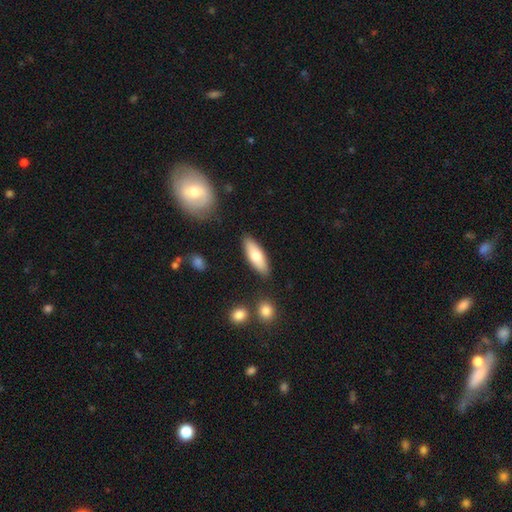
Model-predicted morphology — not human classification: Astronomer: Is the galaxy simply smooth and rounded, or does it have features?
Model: smooth — 71%.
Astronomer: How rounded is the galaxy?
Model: in between — 57% (runner-up: cigar-shaped, 41%).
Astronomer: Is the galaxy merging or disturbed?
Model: none — 85%.